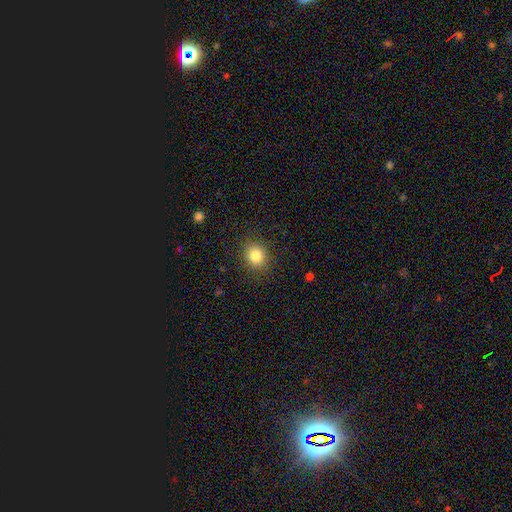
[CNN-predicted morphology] type=smooth (84%); roundness=round (73%); merging=none (88%).